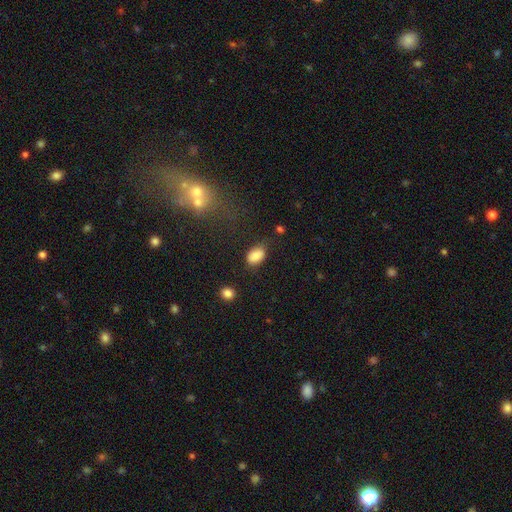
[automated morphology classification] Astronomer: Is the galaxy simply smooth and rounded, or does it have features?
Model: smooth — 84%.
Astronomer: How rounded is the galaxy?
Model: in between — 90%.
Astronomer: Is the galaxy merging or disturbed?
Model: none — 68%.